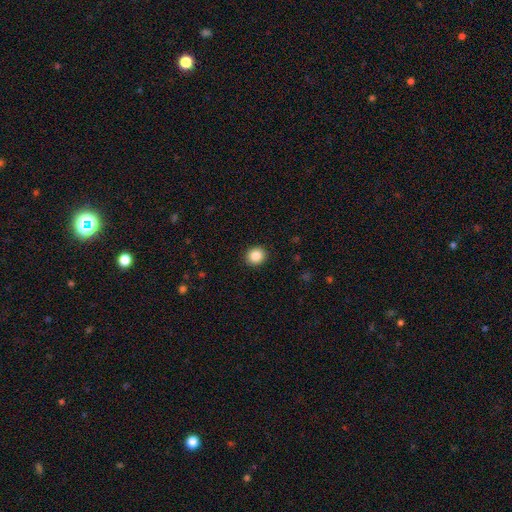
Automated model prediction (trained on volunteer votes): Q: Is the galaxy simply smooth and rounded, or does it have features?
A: smooth — 87%.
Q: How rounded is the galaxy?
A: round — 85%.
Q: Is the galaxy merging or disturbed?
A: none — 92%.